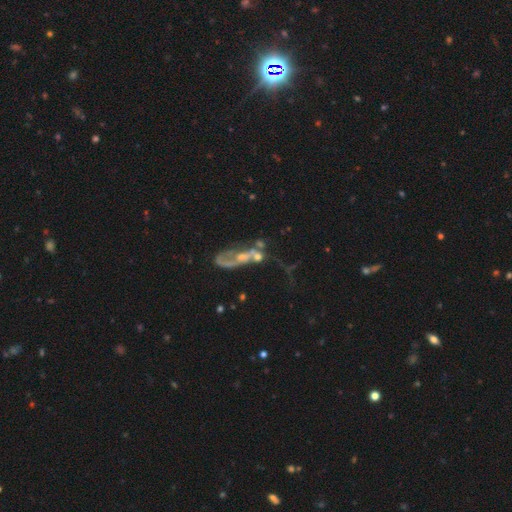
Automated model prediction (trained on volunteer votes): The model was most divided on "spiral arms": no: 51%, yes: 49%. Remaining: edge-on disk — no (84%); bar — no (70%); smooth or featured — featured or disk (62%); bulge size — small (42%); merging — merger (38%).